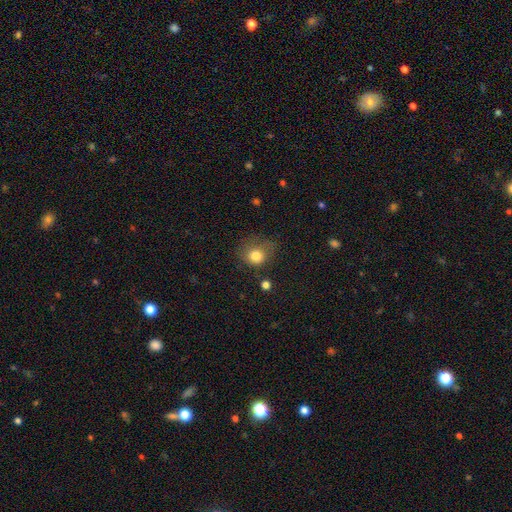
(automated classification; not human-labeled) Smooth or featured?
  - smooth: 80% *
  - star or artifact: 11%
  - featured or disk: 9%
How rounded?
  - round: 74% *
  - in between: 25%
  - cigar-shaped: 1%
Merging?
  - none: 46% *
  - minor disturbance: 30%
  - major disturbance: 20%
  - merger: 4%